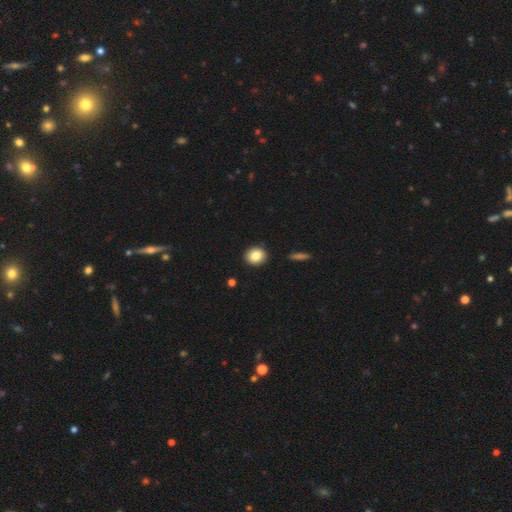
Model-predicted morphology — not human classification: A smooth galaxy with no disk features (84%) that is round (74%).

Vote fractions:
- Smooth or featured? smooth: 84% / star or artifact: 9% / featured or disk: 7%
- How rounded? round: 74% / in between: 25% / cigar-shaped: 1%
- Merging? none: 91% / minor disturbance: 6% / major disturbance: 2% / merger: 1%